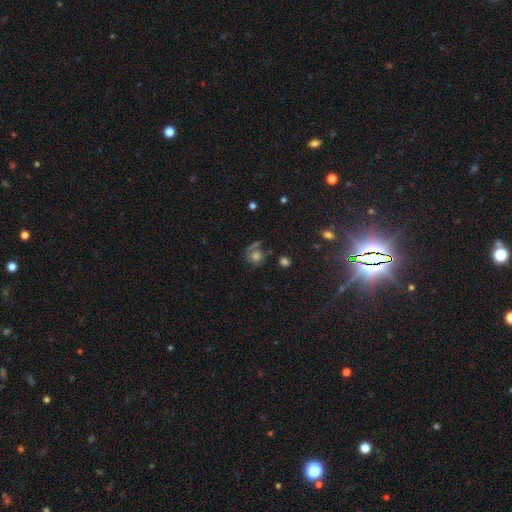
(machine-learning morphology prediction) A smooth galaxy with no disk features (51%) that is round (82%).

Vote fractions:
- Smooth or featured? smooth: 51% / featured or disk: 33% / star or artifact: 16%
- How rounded? round: 82% / in between: 17% / cigar-shaped: 1%
- Merging? none: 54% / minor disturbance: 19% / major disturbance: 18% / merger: 9%